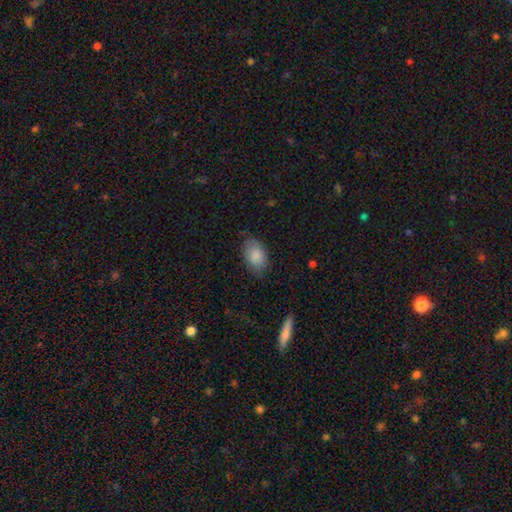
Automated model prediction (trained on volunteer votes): Smooth or featured: smooth — 86% (featured or disk — 7%)
How rounded: in between — 91% (round — 8%)
Merging: none — 74% (minor disturbance — 20%)